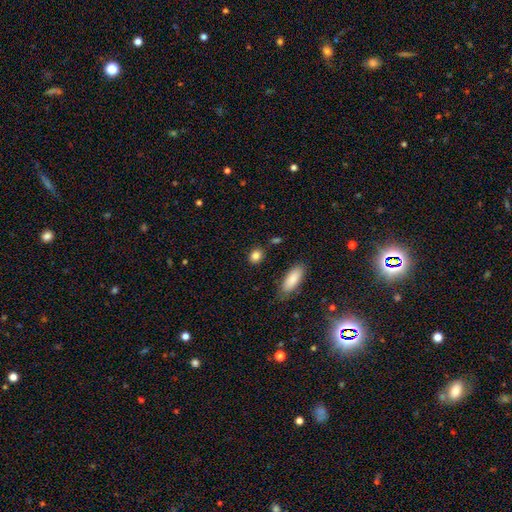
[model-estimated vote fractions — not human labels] smooth 85%, star or artifact 9%, featured or disk 5%. Down the decision tree: how rounded — round (55%); merging — none (84%).